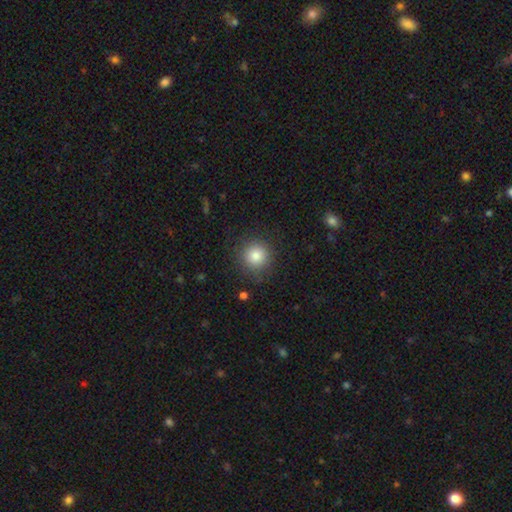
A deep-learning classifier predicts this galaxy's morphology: Q: Smooth or featured?
A: smooth (83%); runner-up: star or artifact (11%)
Q: How rounded?
A: round (94%); runner-up: in between (5%)
Q: Merging?
A: none (86%); runner-up: minor disturbance (9%)